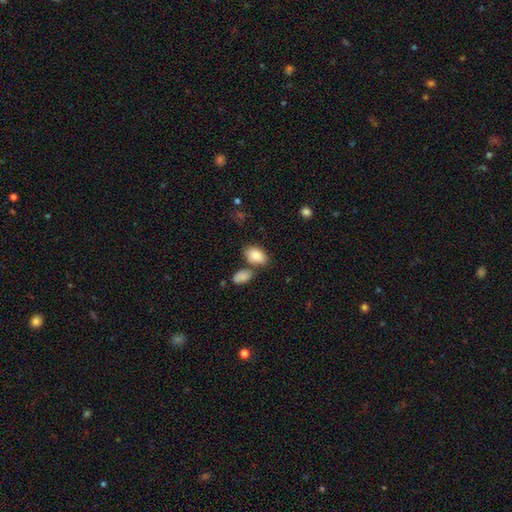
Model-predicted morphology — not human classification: Overall: smooth (83%). How rounded: in between (90%). Merging: none (66%).